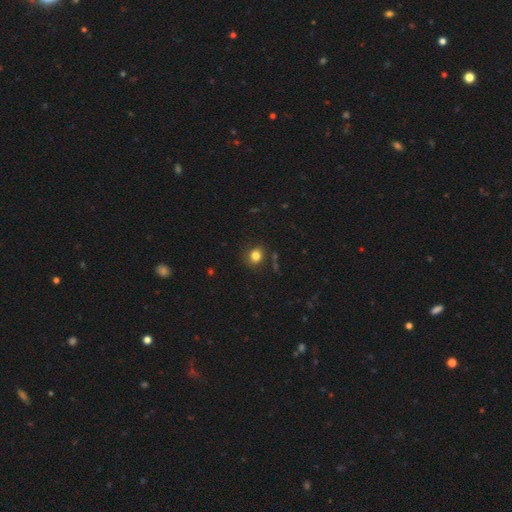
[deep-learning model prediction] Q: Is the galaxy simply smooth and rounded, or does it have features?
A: smooth — 82%.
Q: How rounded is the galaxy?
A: round — 72%.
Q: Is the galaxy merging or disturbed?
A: none — 82%.